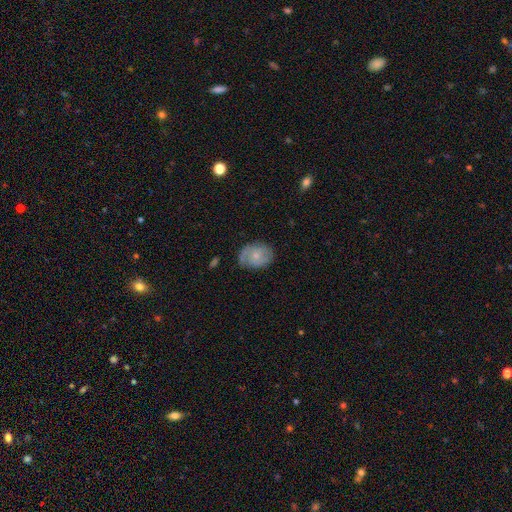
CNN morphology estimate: Smooth or featured? Predicted: smooth (p=0.49). Merging? Predicted: none (p=0.68).